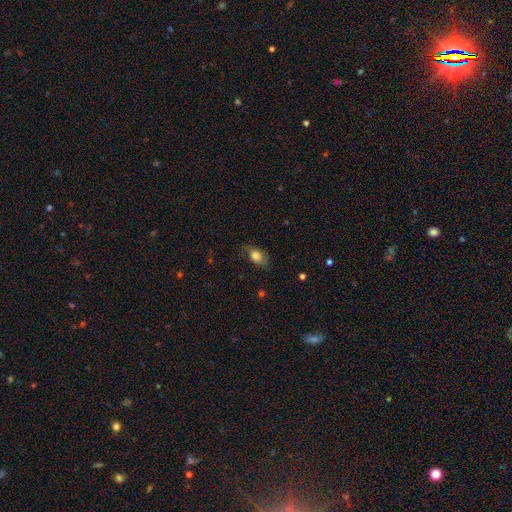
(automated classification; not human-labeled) Smooth or featured? smooth (70%)
How rounded? in between (80%)
Merging? none (62%)